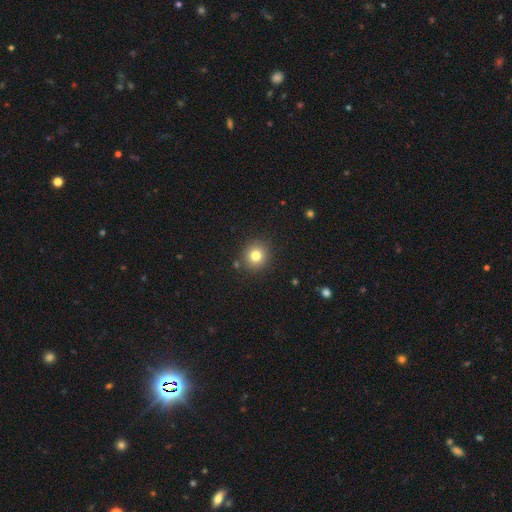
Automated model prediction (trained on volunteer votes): A smooth galaxy with no disk features (80%) that is round (90%). Merging: none (88%).